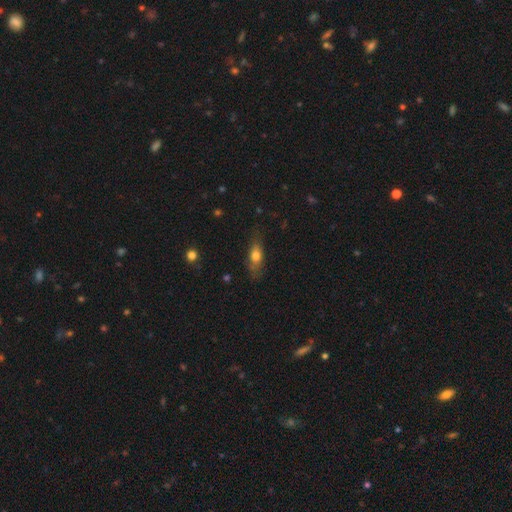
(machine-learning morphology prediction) type=smooth (67%); roundness=in between (65%); merging=none (70%).